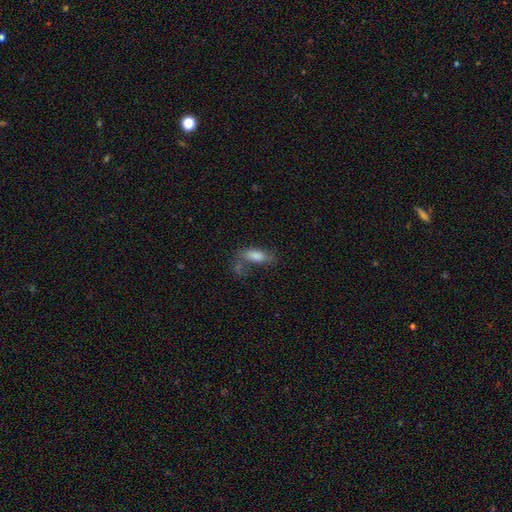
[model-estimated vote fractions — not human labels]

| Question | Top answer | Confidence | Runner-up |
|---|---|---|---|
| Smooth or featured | smooth | 69% | featured or disk (19%) |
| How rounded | in between | 72% | cigar-shaped (24%) |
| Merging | none | 36% | major disturbance (26%) |